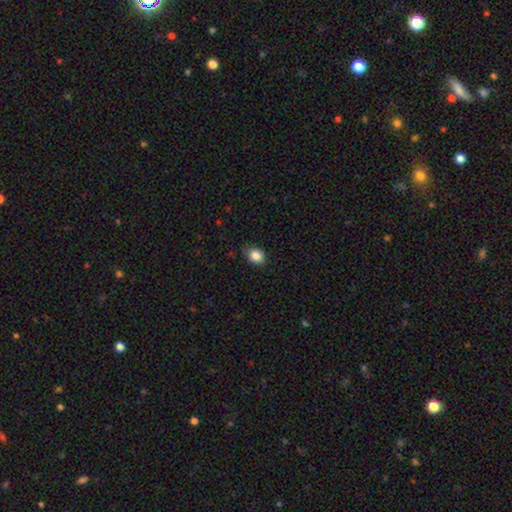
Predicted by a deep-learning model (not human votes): smooth 87%, star or artifact 9%, featured or disk 4%. Down the decision tree: how rounded — in between (52%); merging — none (82%).